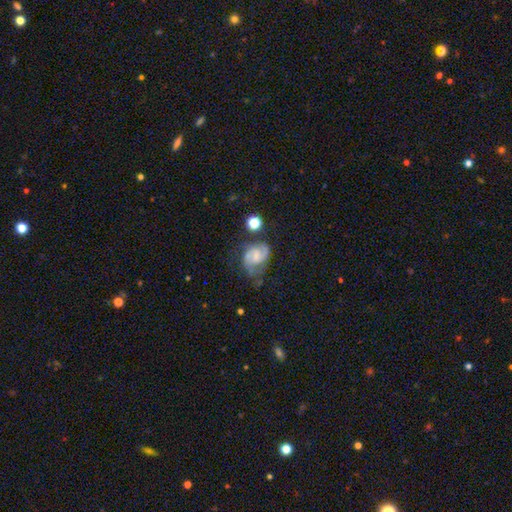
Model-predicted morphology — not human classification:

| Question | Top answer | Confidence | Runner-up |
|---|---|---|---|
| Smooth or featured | featured or disk | 64% | smooth (26%) |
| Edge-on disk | no | 98% | yes (2%) |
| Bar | no | 47% | weak (43%) |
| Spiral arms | yes | 89% | no (11%) |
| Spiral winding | medium | 49% | tight (27%) |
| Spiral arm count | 2 | 78% | can't tell (11%) |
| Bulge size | small | 38% | none (30%) |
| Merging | none | 44% | minor disturbance (27%) |